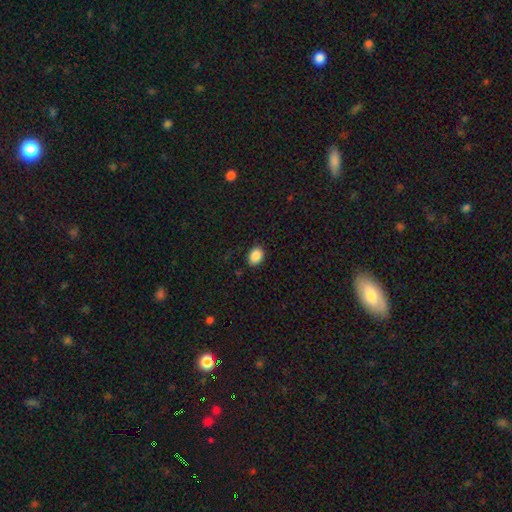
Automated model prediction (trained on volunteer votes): Morphology: type=smooth (88%); roundness=in between (73%); merging=none (87%).